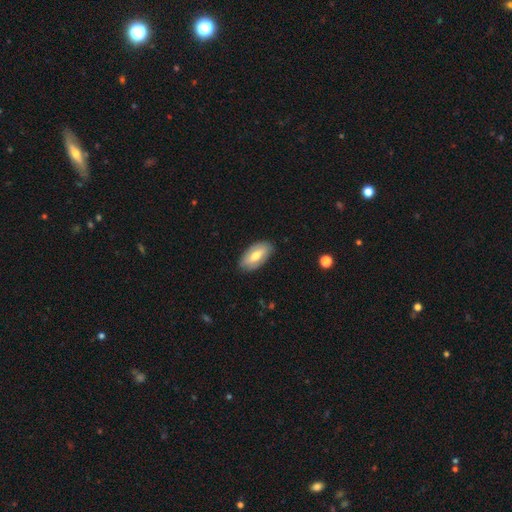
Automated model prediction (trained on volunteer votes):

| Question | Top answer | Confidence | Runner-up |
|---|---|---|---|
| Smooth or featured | smooth | 58% | featured or disk (36%) |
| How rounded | in between | 92% | cigar-shaped (5%) |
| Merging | none | 85% | minor disturbance (11%) |